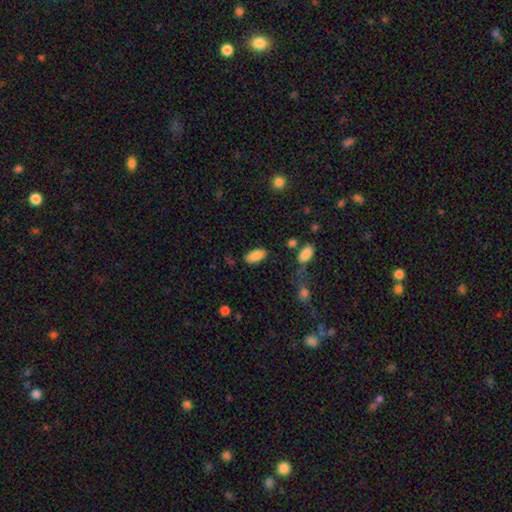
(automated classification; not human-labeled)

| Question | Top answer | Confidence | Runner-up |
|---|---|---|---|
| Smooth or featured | smooth | 87% | star or artifact (7%) |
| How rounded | in between | 92% | cigar-shaped (6%) |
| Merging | none | 82% | minor disturbance (12%) |